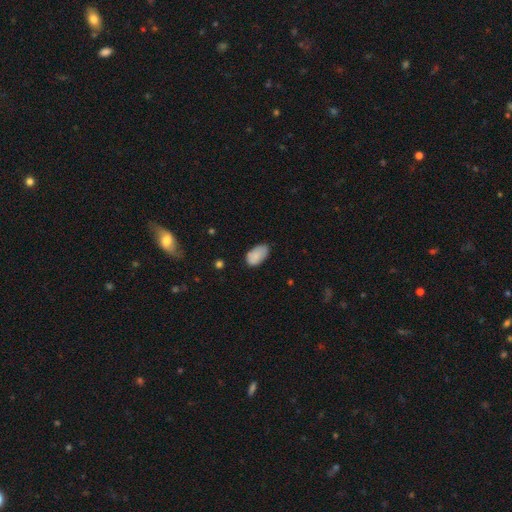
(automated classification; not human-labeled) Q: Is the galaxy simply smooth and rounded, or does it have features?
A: smooth — 86%.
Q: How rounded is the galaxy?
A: in between — 94%.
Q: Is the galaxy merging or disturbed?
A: none — 68%.